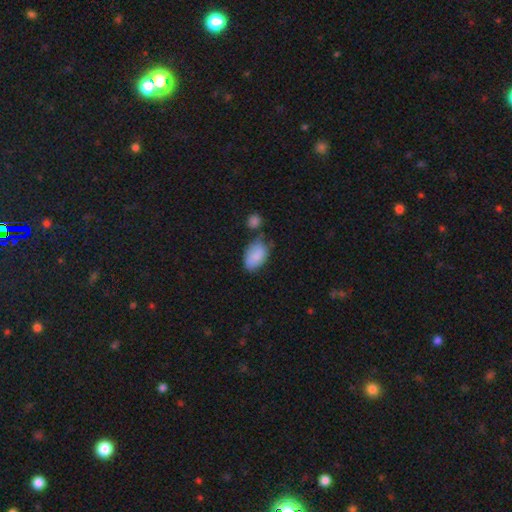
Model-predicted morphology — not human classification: A smooth galaxy with no disk features (85%) that is in between round and cigar-shaped (91%). Merging: none (53%).